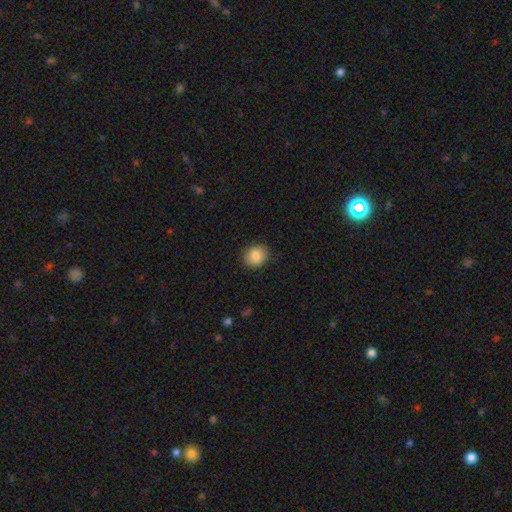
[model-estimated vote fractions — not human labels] smooth-or-featured: smooth: 87% | star or artifact: 9% | featured or disk: 5%
  how-rounded: round: 69% | in between: 31% | cigar-shaped: 1%
  merging: none: 88% | minor disturbance: 9% | major disturbance: 2% | merger: 1%